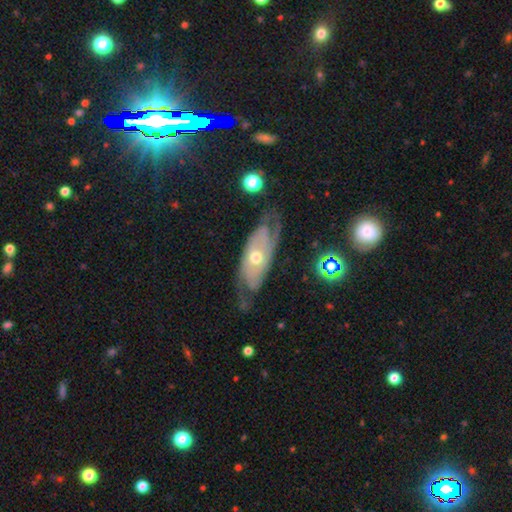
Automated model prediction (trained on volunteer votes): Overall: featured or disk (80%). Edge-on disk: no (87%). Bar: no (76%). Spiral arms: yes (89%). Spiral arm count: 2 (51%; can't tell 31%). Spiral winding: tight (55%; medium 32%). Bulge size: moderate (67%; small 28%). Merging: none (66%).